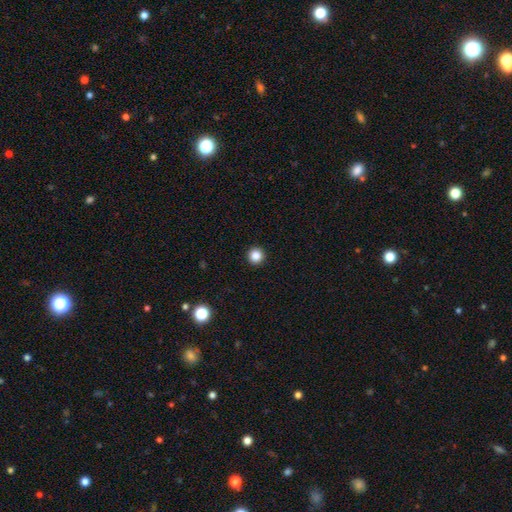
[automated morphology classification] Smooth or featured: smooth — 84% (star or artifact — 12%)
How rounded: round — 96% (in between — 3%)
Merging: none — 94% (minor disturbance — 4%)